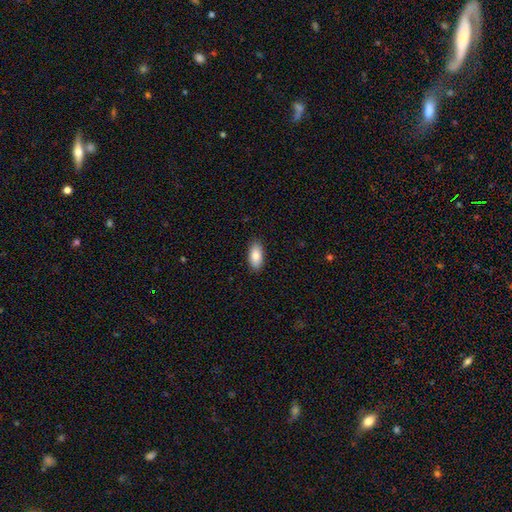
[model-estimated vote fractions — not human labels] This is clearly a smooth galaxy (83%). How rounded: clearly in between (93%). Merging: clearly none (89%).